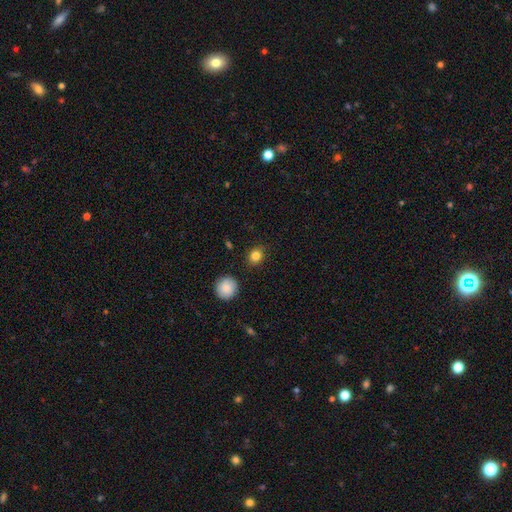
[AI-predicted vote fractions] Overall: smooth (84%). How rounded: round (65%; in between 34%). Merging: none (87%).